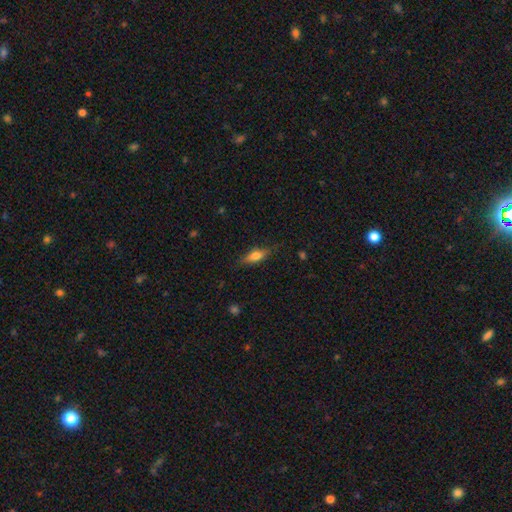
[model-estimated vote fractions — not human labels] Smooth or featured: smooth — 66% (featured or disk — 27%)
How rounded: in between — 57% (cigar-shaped — 40%)
Merging: none — 79% (minor disturbance — 16%)